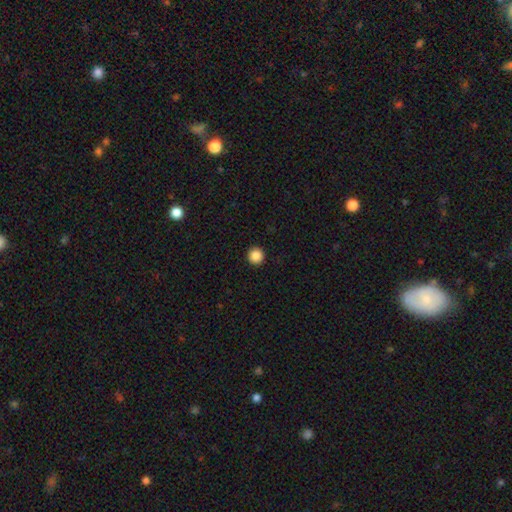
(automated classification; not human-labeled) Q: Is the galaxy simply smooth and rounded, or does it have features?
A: smooth — 87%.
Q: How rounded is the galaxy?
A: round — 97%.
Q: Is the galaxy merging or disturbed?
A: none — 94%.